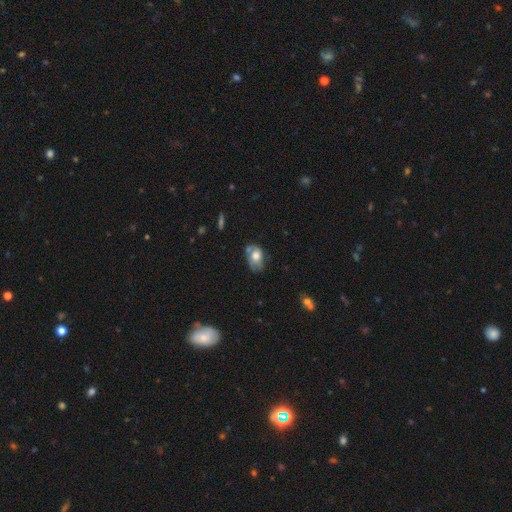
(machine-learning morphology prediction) Smooth or featured? Predicted: smooth (p=0.59). How rounded? Predicted: in between (p=0.83). Merging? Predicted: none (p=0.41).